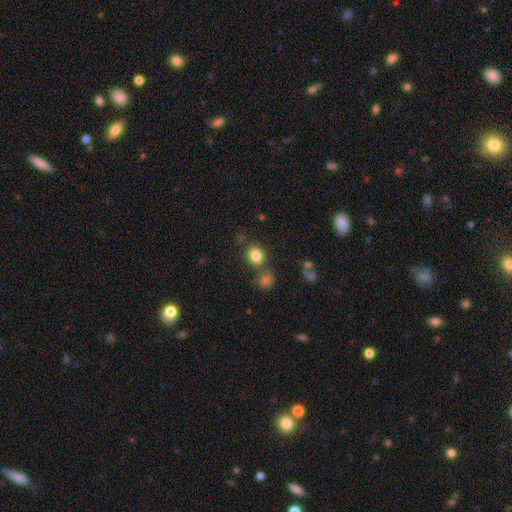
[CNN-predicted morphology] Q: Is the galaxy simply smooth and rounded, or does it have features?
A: smooth — 82%.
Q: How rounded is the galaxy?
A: round — 74%.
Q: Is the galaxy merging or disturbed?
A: none — 74%.